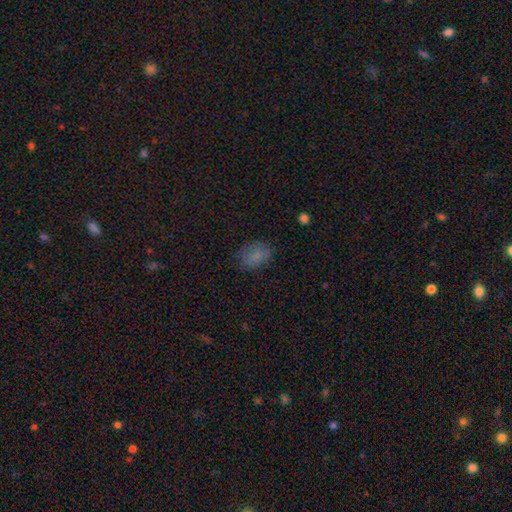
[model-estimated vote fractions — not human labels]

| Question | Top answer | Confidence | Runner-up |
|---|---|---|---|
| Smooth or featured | smooth | 80% | star or artifact (11%) |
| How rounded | in between | 79% | round (20%) |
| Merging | none | 75% | minor disturbance (18%) |